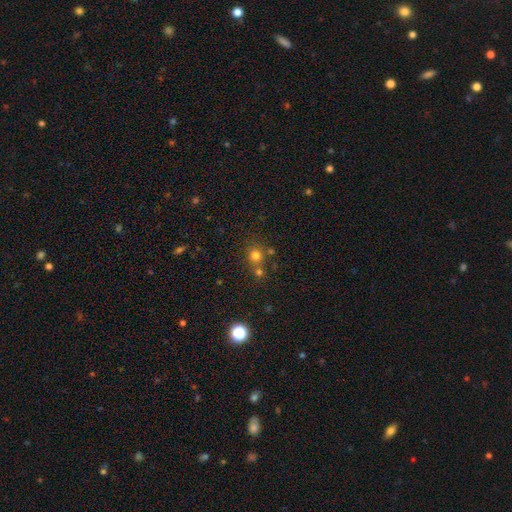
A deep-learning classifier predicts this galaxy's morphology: Smooth or featured? smooth (72%)
How rounded? round (87%)
Merging? none (63%)